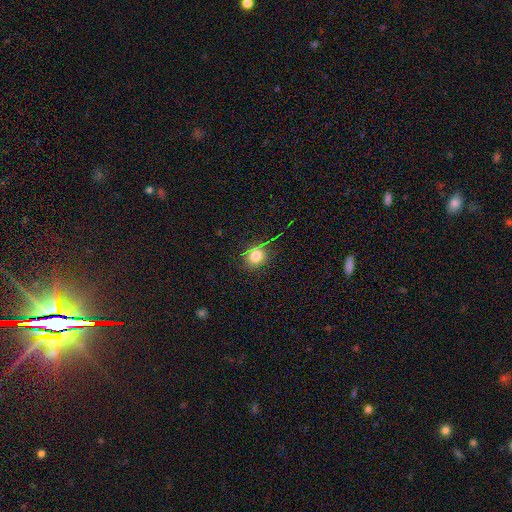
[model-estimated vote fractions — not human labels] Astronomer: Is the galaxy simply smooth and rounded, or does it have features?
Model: smooth — 76%.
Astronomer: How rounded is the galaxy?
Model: round — 81%.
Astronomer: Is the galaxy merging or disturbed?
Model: none — 82%.